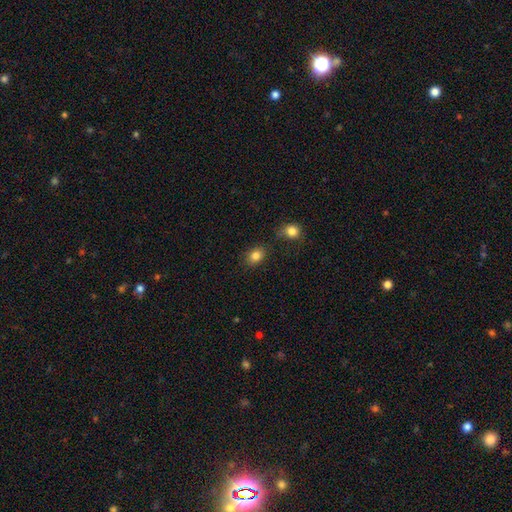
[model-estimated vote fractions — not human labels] Smooth or featured? smooth (83%)
How rounded? in between (60%)
Merging? none (77%)